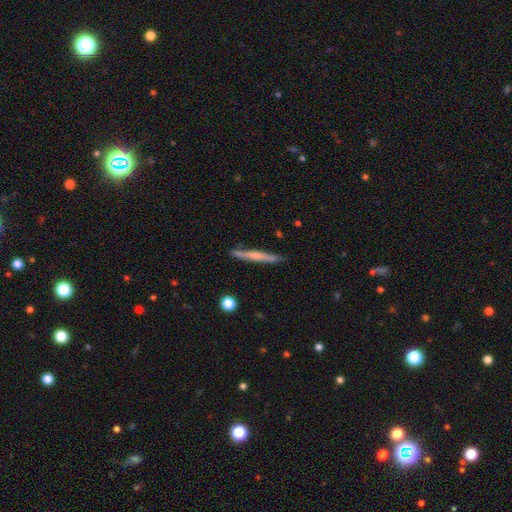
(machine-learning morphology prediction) Smooth or featured?
  - featured or disk: 48% *
  - smooth: 46%
  - star or artifact: 6%
Merging?
  - none: 87% *
  - minor disturbance: 10%
  - merger: 2%
  - major disturbance: 2%